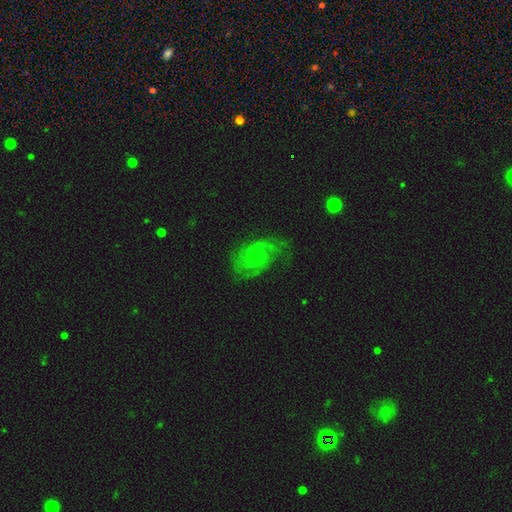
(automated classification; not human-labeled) Smooth or featured? Predicted: featured or disk (p=0.55). Edge-on disk? Predicted: no (p=0.96). Bar? Predicted: no (p=0.76). Spiral arms? Predicted: yes (p=0.79). Bulge size? Predicted: small (p=0.73). Merging? Predicted: none (p=0.54).